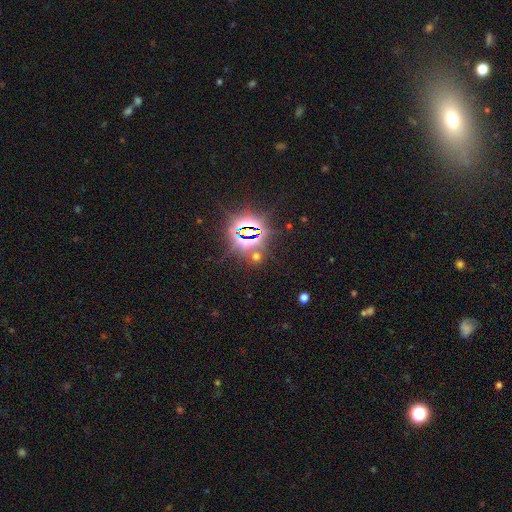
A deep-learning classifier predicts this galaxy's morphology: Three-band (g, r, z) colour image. It shows a star or artifact, not a galaxy (79%).